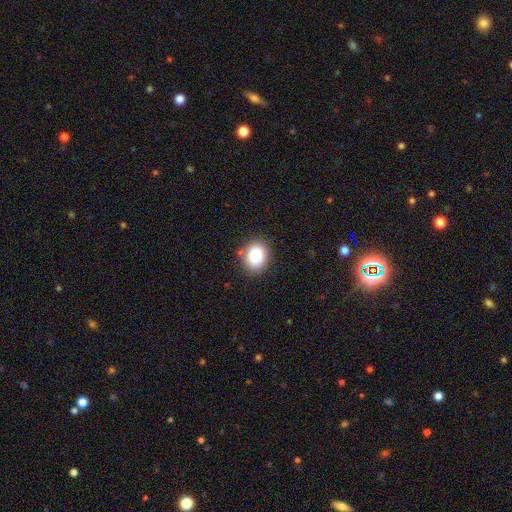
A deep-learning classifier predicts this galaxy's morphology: A smooth galaxy with no disk features (83%) that is round (55%). Merging: none (86%).